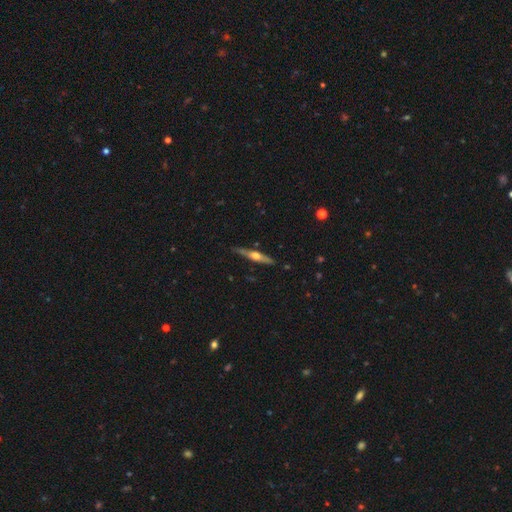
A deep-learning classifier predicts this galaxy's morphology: This appears to be a featured or disk galaxy (67%) viewed edge-on (96%) with a rounded central bulge (89%). Merging: none (84%).